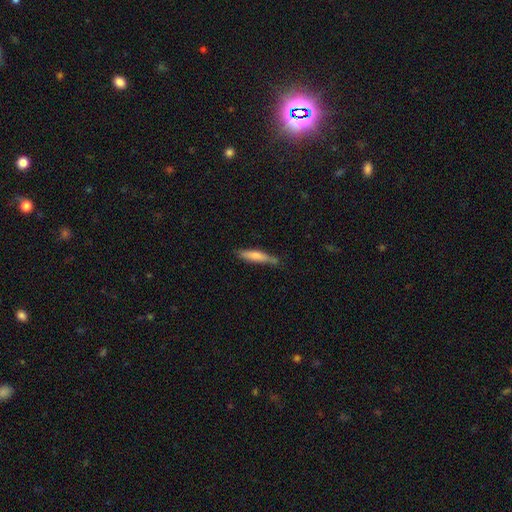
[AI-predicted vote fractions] smooth_or_featured: smooth (p=0.72) [alt: featured or disk p=0.22]
how_rounded: cigar-shaped (p=0.87) [alt: in between p=0.12]
merging: none (p=0.71) [alt: minor disturbance p=0.22]